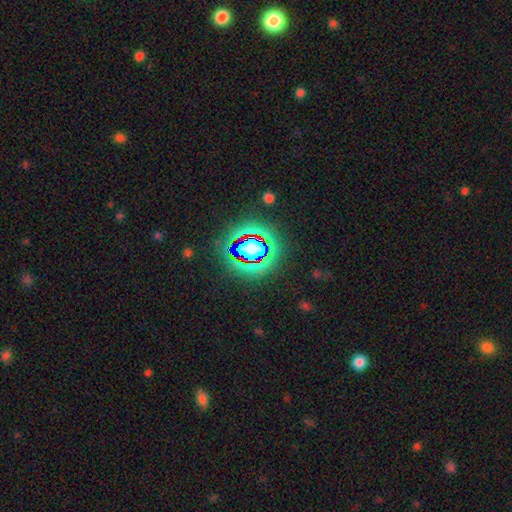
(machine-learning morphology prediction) This appears to be a star or artifact, not a galaxy (65%).